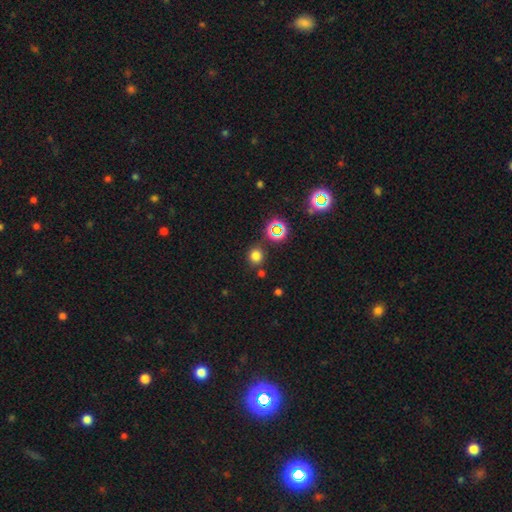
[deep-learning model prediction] A smooth galaxy with no disk features (72%) that is round (87%).

Vote fractions:
- Smooth or featured? smooth: 72% / star or artifact: 23% / featured or disk: 5%
- How rounded? round: 87% / in between: 12% / cigar-shaped: 1%
- Merging? none: 80% / minor disturbance: 9% / merger: 7% / major disturbance: 3%